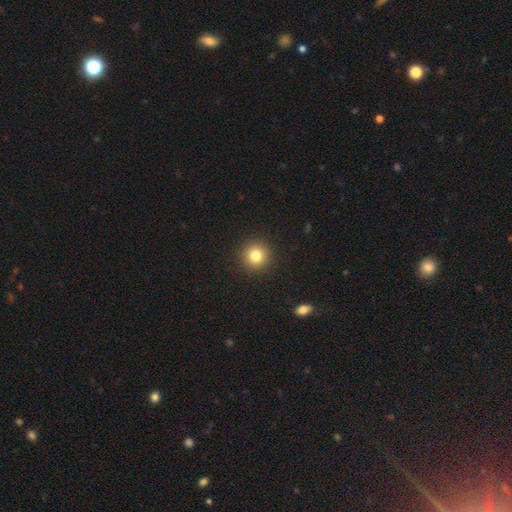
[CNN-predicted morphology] Smooth or featured? smooth (81%)
How rounded? round (95%)
Merging? none (92%)